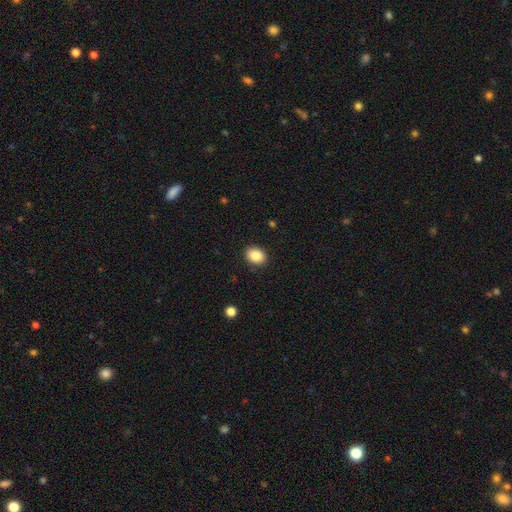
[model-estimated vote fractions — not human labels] Smooth or featured: smooth — 86% (star or artifact — 9%)
How rounded: in between — 57% (round — 42%)
Merging: none — 89% (minor disturbance — 8%)